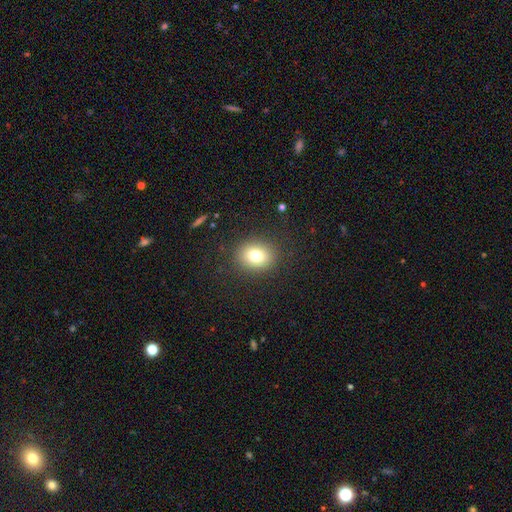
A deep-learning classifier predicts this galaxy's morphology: smooth_or_featured: smooth (p=0.78) [alt: star or artifact p=0.12]
how_rounded: round (p=0.58) [alt: in between p=0.41]
merging: none (p=0.87) [alt: minor disturbance p=0.08]